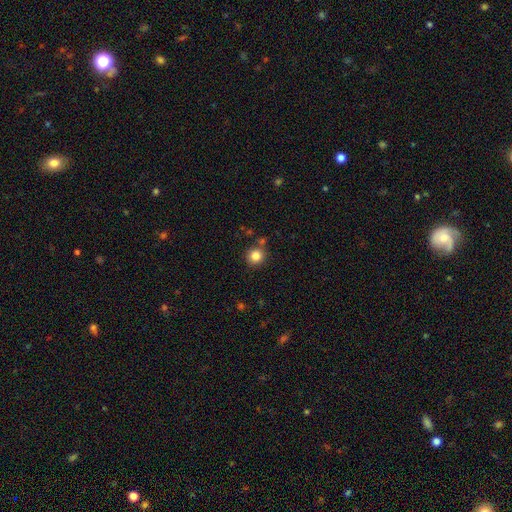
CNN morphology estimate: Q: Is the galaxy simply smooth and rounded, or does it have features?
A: smooth — 83%.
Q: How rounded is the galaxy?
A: round — 92%.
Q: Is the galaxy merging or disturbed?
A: none — 80%.